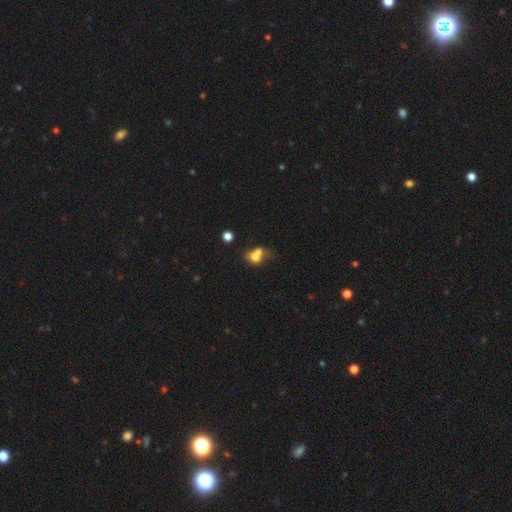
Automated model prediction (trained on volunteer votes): A smooth galaxy with no disk features (67%) that is round (62%). Merging: merger (63%).